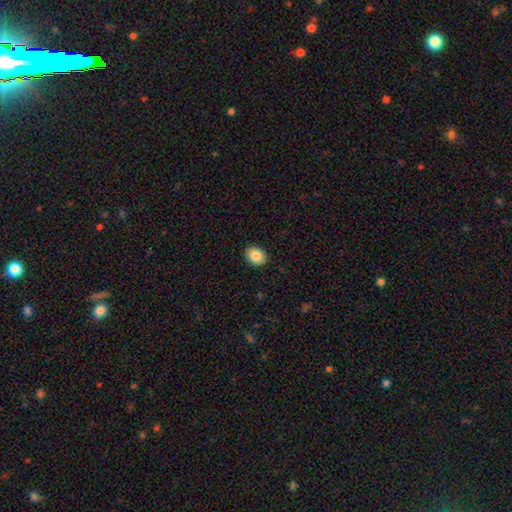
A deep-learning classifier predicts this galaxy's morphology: type=smooth (85%); roundness=round (55%); merging=none (91%).